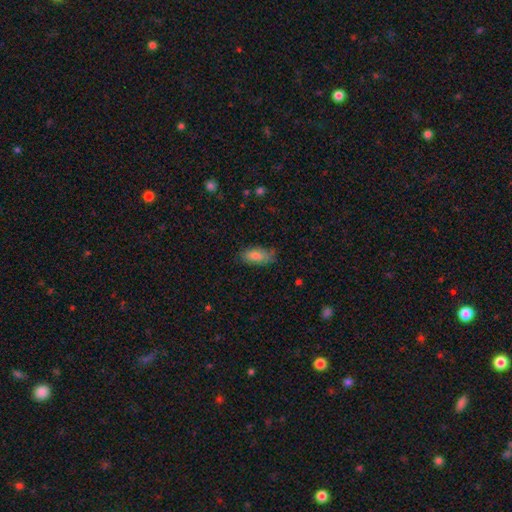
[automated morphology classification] This is clearly a smooth galaxy (80%). How rounded: clearly in between (90%). Merging: likely none (69%).